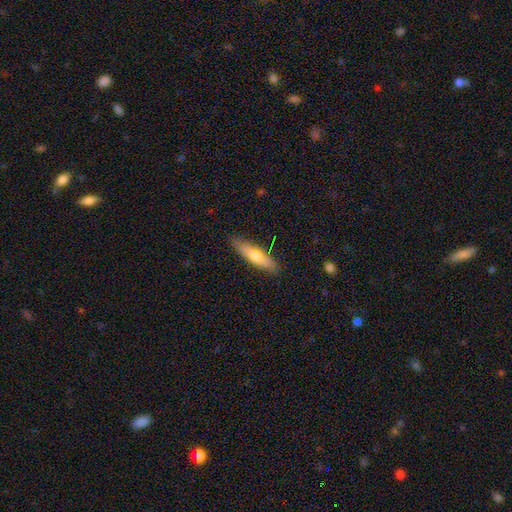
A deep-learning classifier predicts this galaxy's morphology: A smooth galaxy with no disk features (64%) that is cigar-shaped (75%).

Vote fractions:
- Smooth or featured? smooth: 64% / featured or disk: 30% / star or artifact: 6%
- How rounded? cigar-shaped: 75% / in between: 23% / round: 2%
- Merging? none: 83% / minor disturbance: 13% / major disturbance: 2% / merger: 1%